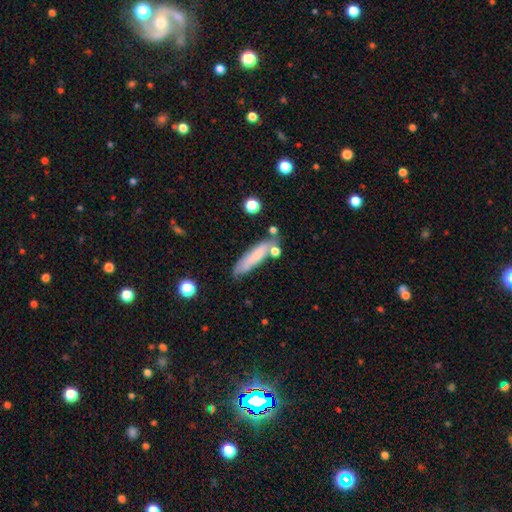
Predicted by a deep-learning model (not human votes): smooth_or_featured: smooth (p=0.70) [alt: featured or disk p=0.23]
how_rounded: cigar-shaped (p=0.78) [alt: in between p=0.21]
merging: none (p=0.62) [alt: minor disturbance p=0.21]